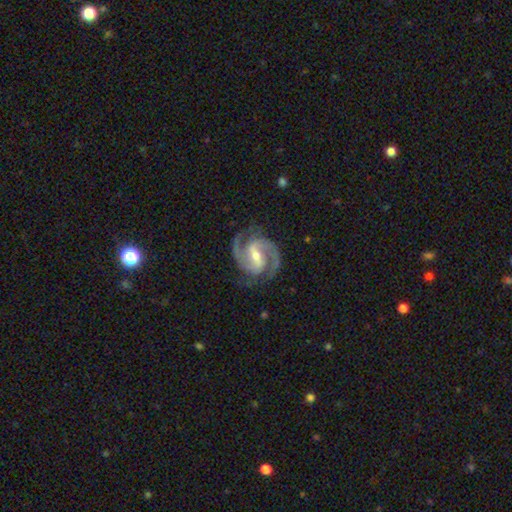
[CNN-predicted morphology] smooth_or_featured: featured or disk (p=0.94) [alt: star or artifact p=0.04]
disk_edge_on: no (p=0.98) [alt: yes p=0.02]
bar: strong (p=0.45) [alt: weak p=0.43]
has_spiral_arms: yes (p=0.99) [alt: no p=0.01]
spiral_winding: medium (p=0.58) [alt: tight p=0.34]
spiral_arm_count: 2 (p=0.84) [alt: 3 p=0.10]
bulge_size: moderate (p=0.55) [alt: small p=0.40]
merging: none (p=0.81) [alt: minor disturbance p=0.13]